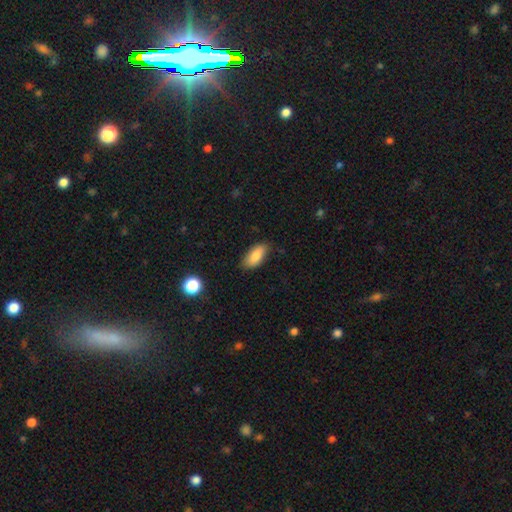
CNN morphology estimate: A smooth galaxy with no disk features (83%) that is in between round and cigar-shaped (89%).

Vote fractions:
- Smooth or featured? smooth: 83% / featured or disk: 10% / star or artifact: 7%
- How rounded? in between: 89% / cigar-shaped: 8% / round: 3%
- Merging? none: 80% / minor disturbance: 16% / major disturbance: 3% / merger: 1%